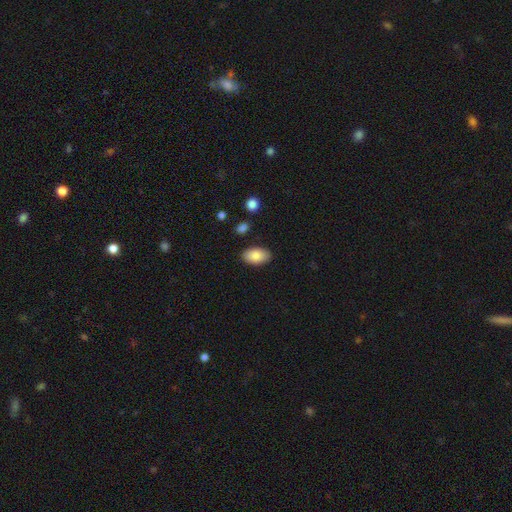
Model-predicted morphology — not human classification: Smooth or featured? smooth (86%)
How rounded? in between (94%)
Merging? none (86%)